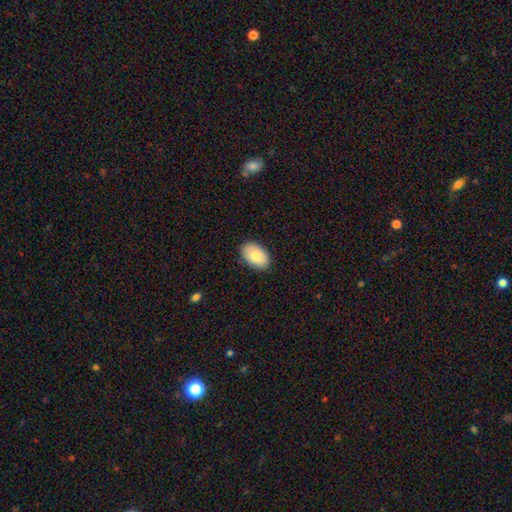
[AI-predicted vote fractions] The model was most divided on "smooth or featured": smooth: 81%, featured or disk: 12%, star or artifact: 6%. More confident: how rounded — in between (91%); merging — none (87%).